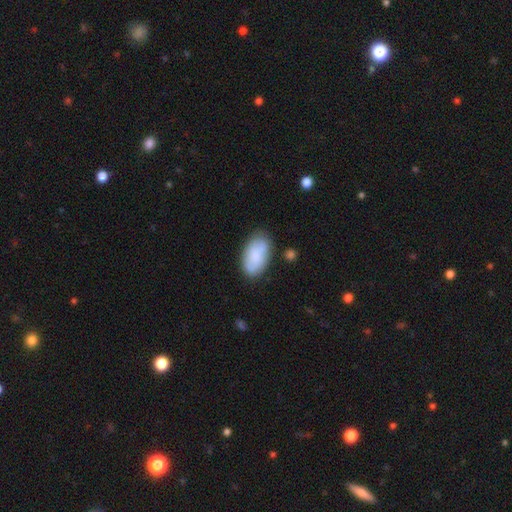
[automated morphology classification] This appears to be a smooth galaxy with no disk features (79%) that is in between round and cigar-shaped (94%). Merging: none (72%).